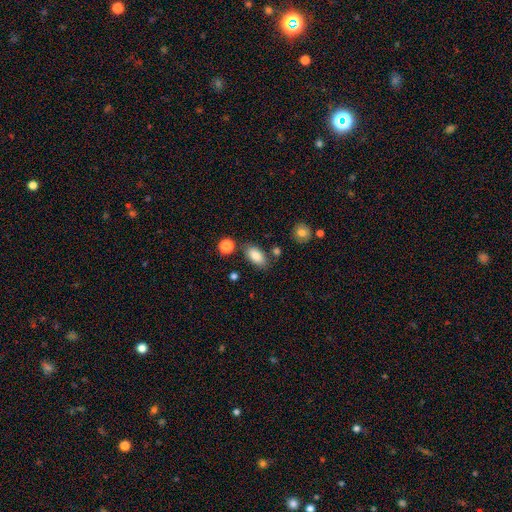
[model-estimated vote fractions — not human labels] This is clearly a smooth galaxy (85%). How rounded: clearly in between (91%). Merging: likely none (78%).